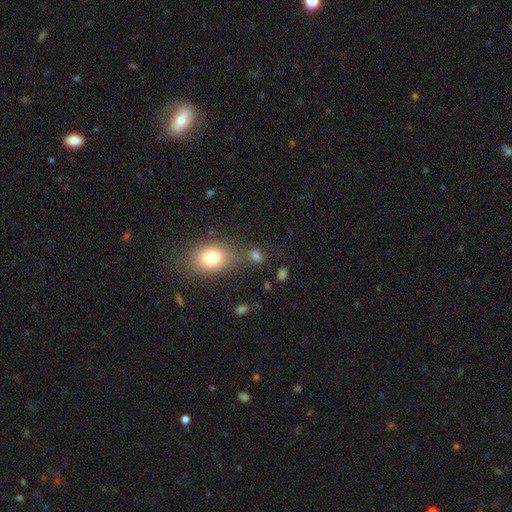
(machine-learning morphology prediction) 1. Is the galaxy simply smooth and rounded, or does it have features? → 75% smooth, 17% star or artifact, 8% featured or disk.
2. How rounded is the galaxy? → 52% in between, 45% round, 3% cigar-shaped.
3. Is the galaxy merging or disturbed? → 60% none, 21% merger, 13% minor disturbance, 7% major disturbance.